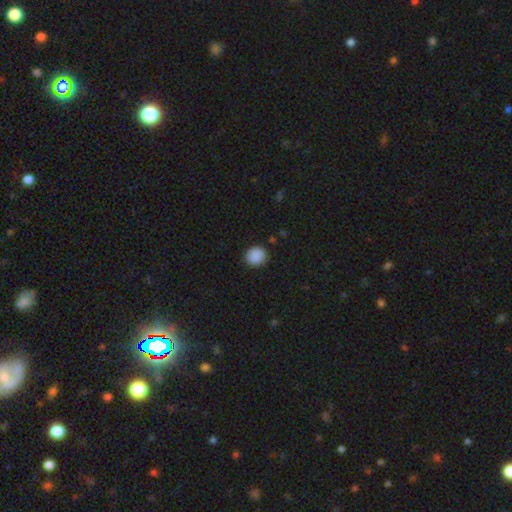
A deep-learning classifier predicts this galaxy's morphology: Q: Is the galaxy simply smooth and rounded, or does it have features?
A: smooth — 89%.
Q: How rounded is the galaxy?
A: round — 84%.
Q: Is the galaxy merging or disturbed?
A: none — 88%.